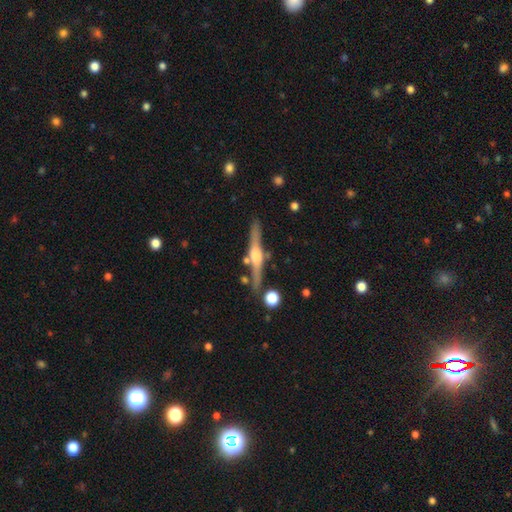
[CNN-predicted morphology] smooth-or-featured: featured or disk: 79% | smooth: 15% | star or artifact: 6%
  disk-edge-on: yes: 97% | no: 3%
    edge-on-bulge: rounded: 88% | boxy: 8% | none: 4%
  merging: none: 83% | minor disturbance: 10% | merger: 5% | major disturbance: 2%